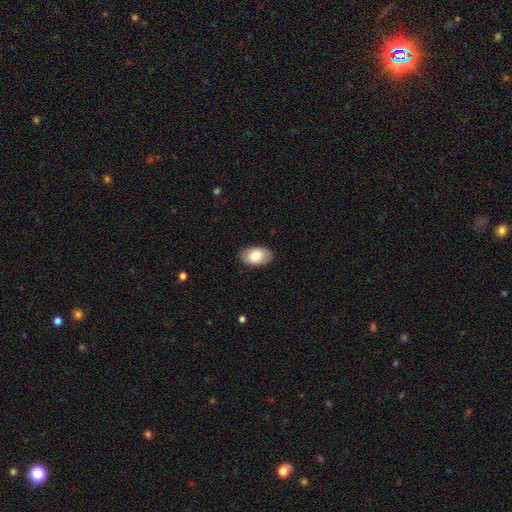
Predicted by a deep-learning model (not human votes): smooth_or_featured: smooth (p=0.83) [alt: featured or disk p=0.11]
how_rounded: in between (p=0.92) [alt: round p=0.07]
merging: none (p=0.87) [alt: minor disturbance p=0.10]